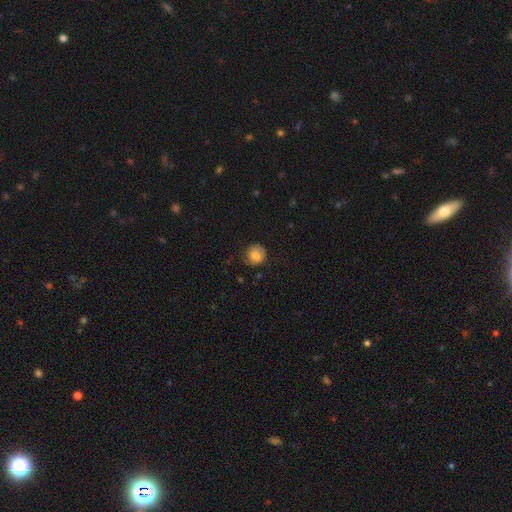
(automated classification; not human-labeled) This appears to be a smooth galaxy with no disk features (80%) that is round (86%). Merging: none (72%).